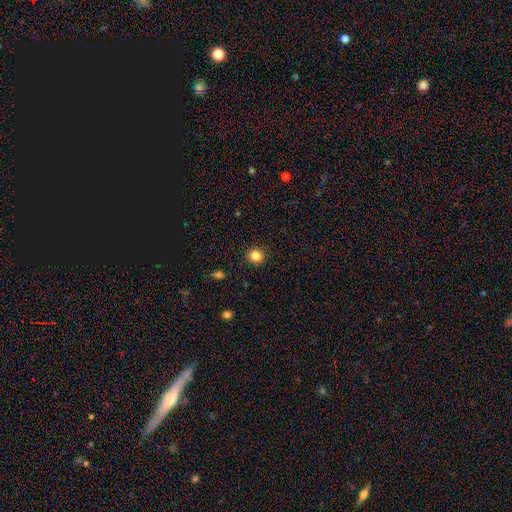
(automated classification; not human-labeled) A smooth galaxy with no disk features (84%) that is round (91%).

Vote fractions:
- Smooth or featured? smooth: 84% / star or artifact: 11% / featured or disk: 4%
- How rounded? round: 91% / in between: 8% / cigar-shaped: 1%
- Merging? none: 91% / minor disturbance: 6% / major disturbance: 2% / merger: 1%